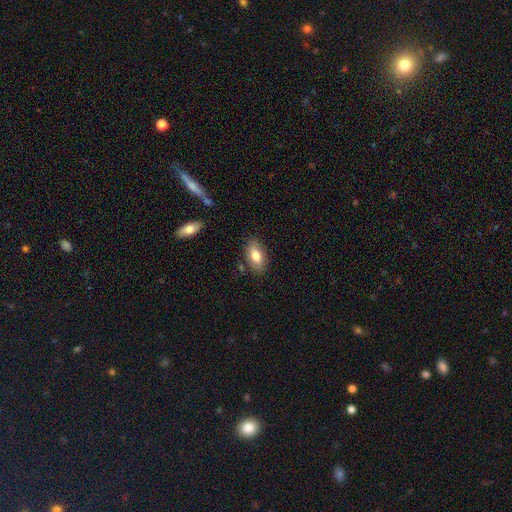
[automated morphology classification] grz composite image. It shows a smooth galaxy with no disk features (77%) that is in between round and cigar-shaped (91%). Merging: none (83%).